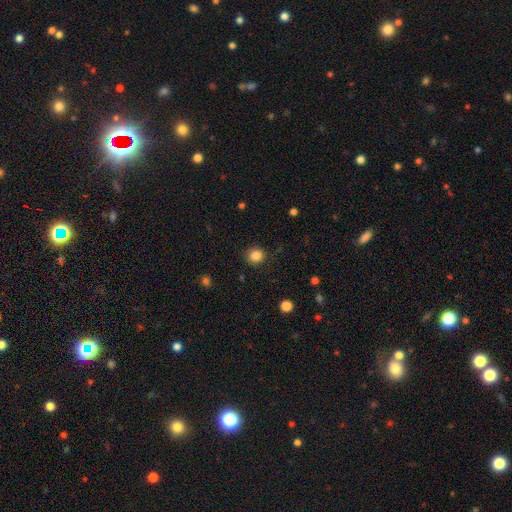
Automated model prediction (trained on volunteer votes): Morphology: type=smooth (84%); roundness=round (90%); merging=none (89%).